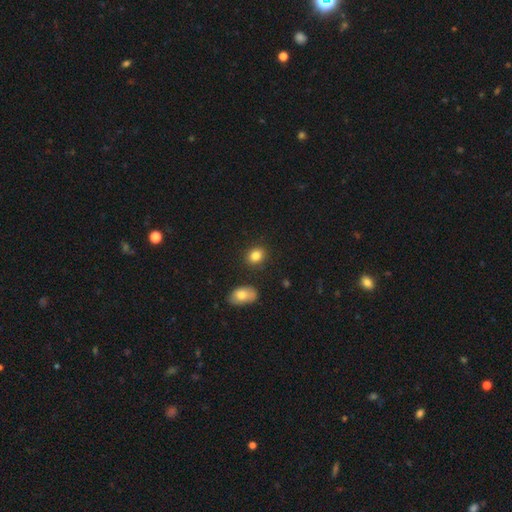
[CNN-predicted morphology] smooth-or-featured: smooth: 84% | star or artifact: 10% | featured or disk: 6%
  how-rounded: round: 51% | in between: 47% | cigar-shaped: 1%
  merging: none: 86% | minor disturbance: 8% | merger: 3% | major disturbance: 2%